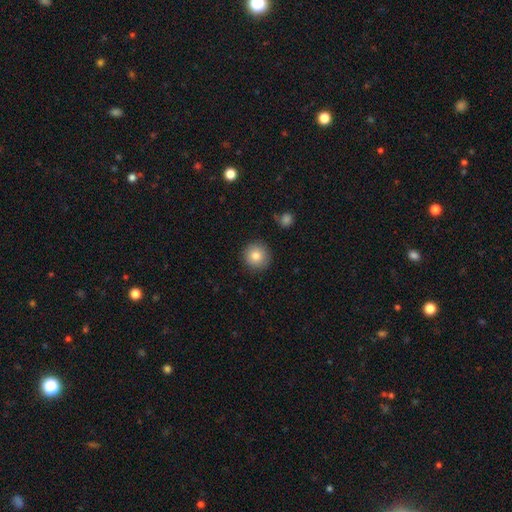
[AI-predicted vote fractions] smooth 82%, star or artifact 9%, featured or disk 9%. Down the decision tree: how rounded — round (94%); merging — none (90%).